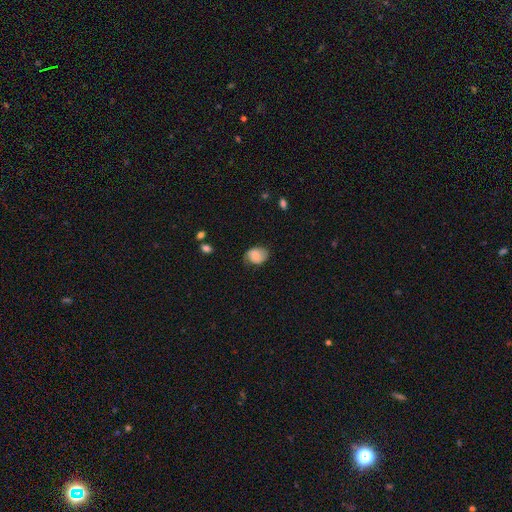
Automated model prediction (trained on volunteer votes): A smooth galaxy with no disk features (71%) that is in between round and cigar-shaped (57%).

Vote fractions:
- Smooth or featured? smooth: 71% / featured or disk: 21% / star or artifact: 8%
- How rounded? in between: 57% / round: 42% / cigar-shaped: 1%
- Merging? none: 61% / minor disturbance: 29% / major disturbance: 9% / merger: 1%